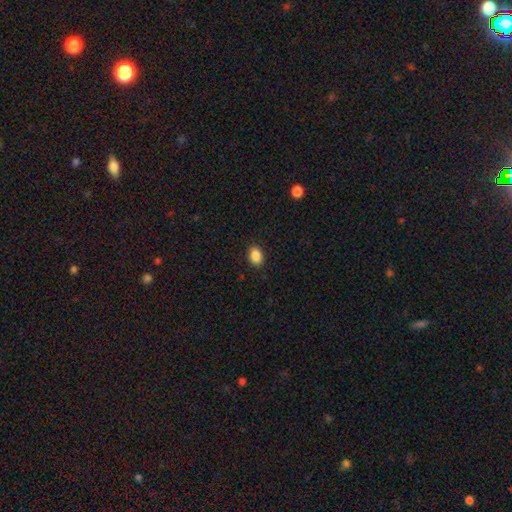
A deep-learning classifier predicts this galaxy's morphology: The model was most divided on "how rounded": in between: 76%, round: 23%, cigar-shaped: 1%. More confident: merging — none (89%); smooth or featured — smooth (88%).